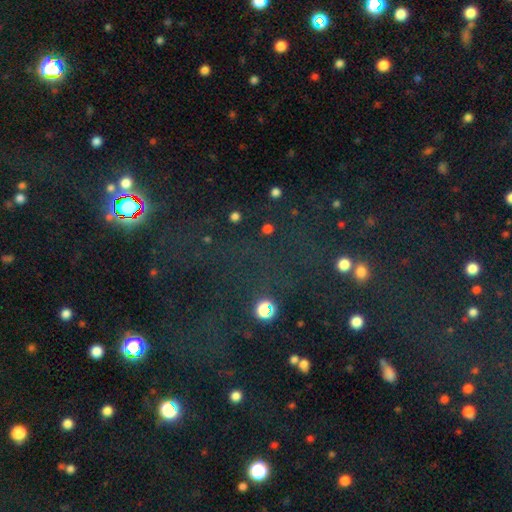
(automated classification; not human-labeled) This is likely a star or artifact rather than a galaxy (66%).